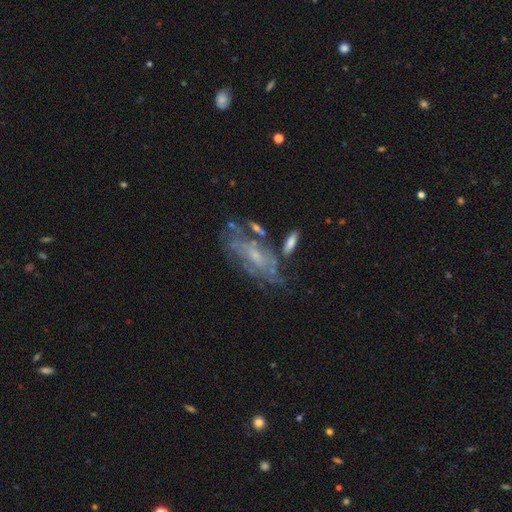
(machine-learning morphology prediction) The model was most divided on "merging": none: 49%, minor disturbance: 21%, merger: 15%, major disturbance: 15%. More confident: edge-on disk — no (90%); smooth or featured — featured or disk (70%); spiral arms — yes (64%); bar — no (64%); bulge size — small (64%).